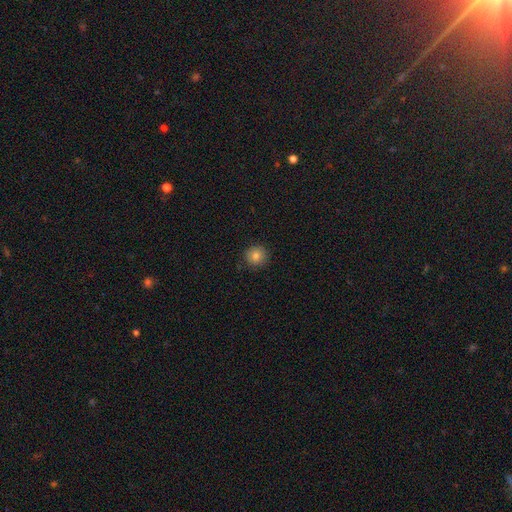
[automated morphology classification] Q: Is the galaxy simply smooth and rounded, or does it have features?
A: smooth — 83%.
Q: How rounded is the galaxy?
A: round — 94%.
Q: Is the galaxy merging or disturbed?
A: none — 90%.